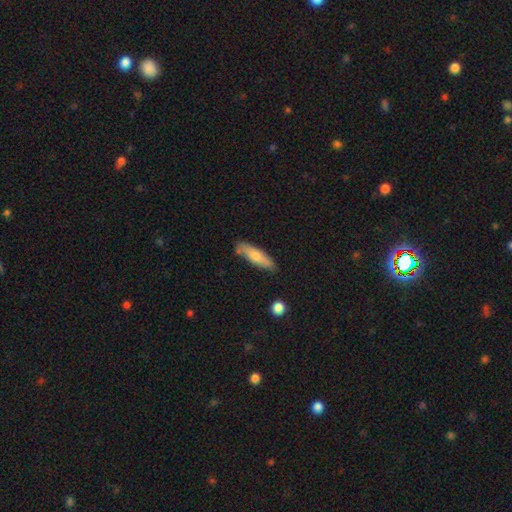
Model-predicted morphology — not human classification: type=smooth (67%); roundness=cigar-shaped (66%); merging=none (79%).